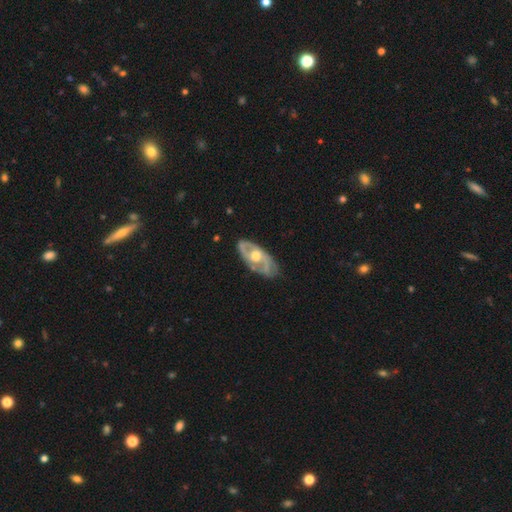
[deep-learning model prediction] Smooth or featured?
  - featured or disk: 78% *
  - smooth: 18%
  - star or artifact: 5%
Edge-on disk?
  - no: 88% *
  - yes: 12%
Bar?
  - no: 70% *
  - weak: 23%
  - strong: 6%
Spiral arms?
  - yes: 72% *
  - no: 28%
Bulge size?
  - moderate: 68% *
  - large: 22%
  - small: 8%
  - none: 1%
  - dominant: 1%
Merging?
  - none: 78% *
  - minor disturbance: 16%
  - major disturbance: 4%
  - merger: 1%